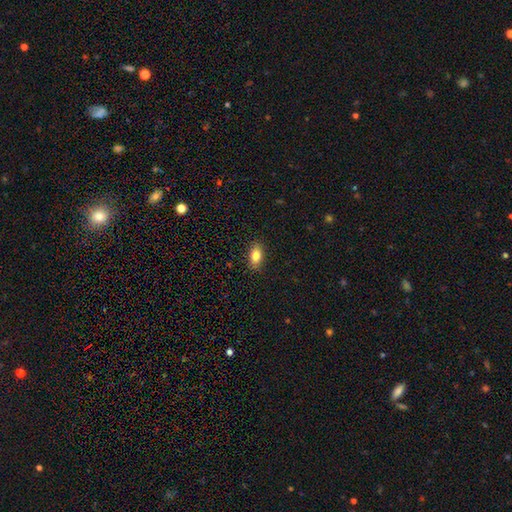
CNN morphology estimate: A smooth galaxy with no disk features (83%) that is in between round and cigar-shaped (88%). Merging: none (89%).